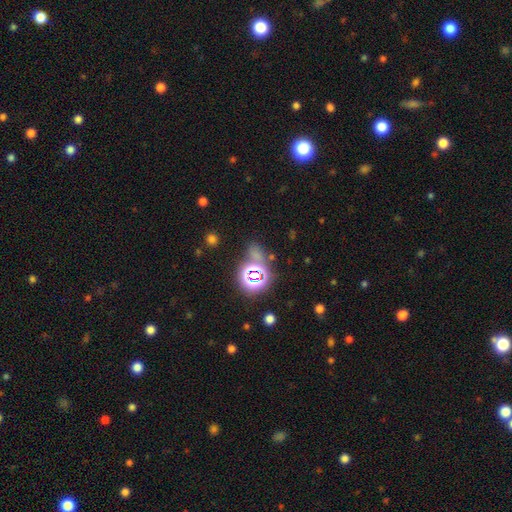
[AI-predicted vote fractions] Morphology: type=star or artifact (58%).